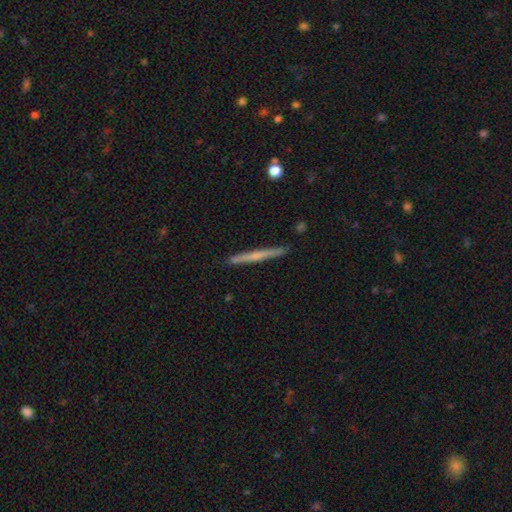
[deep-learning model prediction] smooth-or-featured: featured or disk: 52% | smooth: 43% | star or artifact: 6%
  disk-edge-on: yes: 97% | no: 3%
    edge-on-bulge: none: 64% | rounded: 29% | boxy: 7%
  merging: none: 91% | minor disturbance: 7% | merger: 1% | major disturbance: 1%